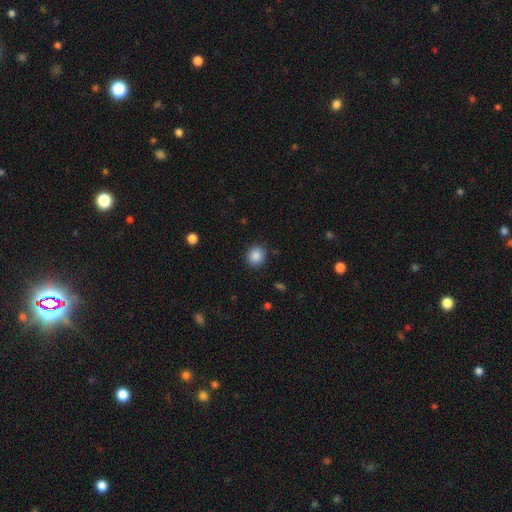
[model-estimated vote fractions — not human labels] The model was most divided on "how rounded": round: 79%, in between: 20%, cigar-shaped: 1%. More confident: merging — none (88%); smooth or featured — smooth (87%).